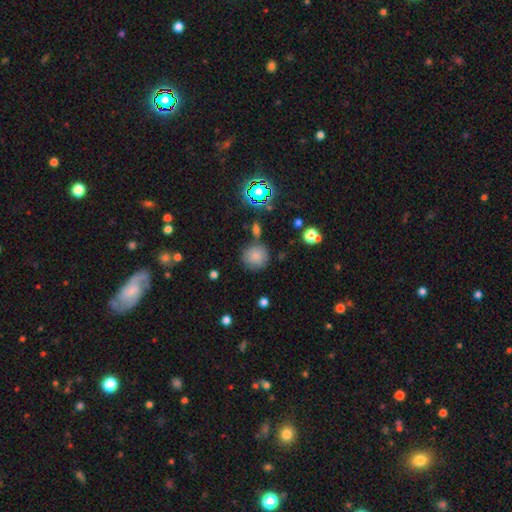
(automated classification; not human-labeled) A smooth galaxy with no disk features (79%) that is round (91%).

Vote fractions:
- Smooth or featured? smooth: 79% / star or artifact: 13% / featured or disk: 7%
- How rounded? round: 91% / in between: 8% / cigar-shaped: 1%
- Merging? none: 75% / minor disturbance: 12% / merger: 8% / major disturbance: 4%